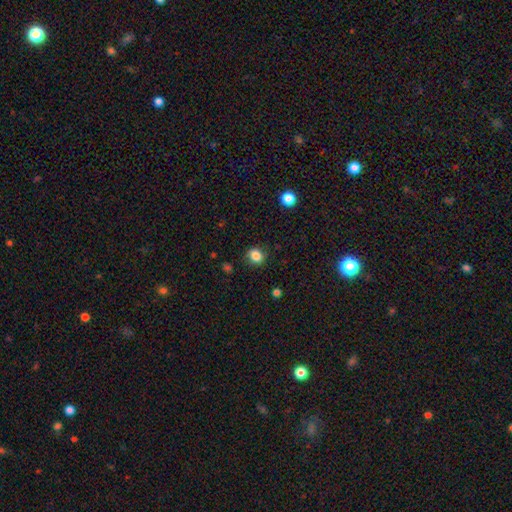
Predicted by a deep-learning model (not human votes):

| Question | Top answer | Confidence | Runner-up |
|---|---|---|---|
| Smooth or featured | smooth | 85% | star or artifact (11%) |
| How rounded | round | 66% | in between (33%) |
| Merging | none | 84% | minor disturbance (11%) |